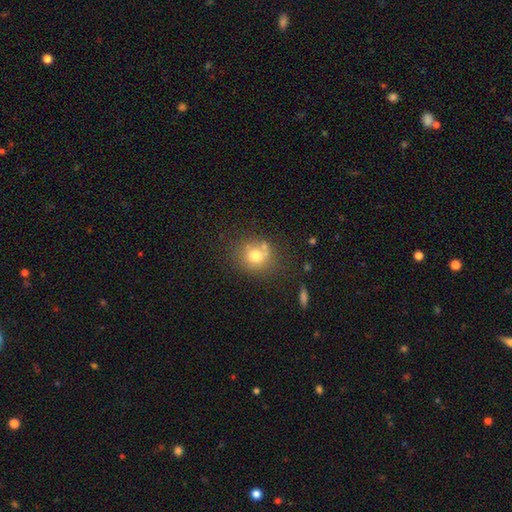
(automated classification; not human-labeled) Overall: smooth (72%). How rounded: round (80%). Merging: none (61%).